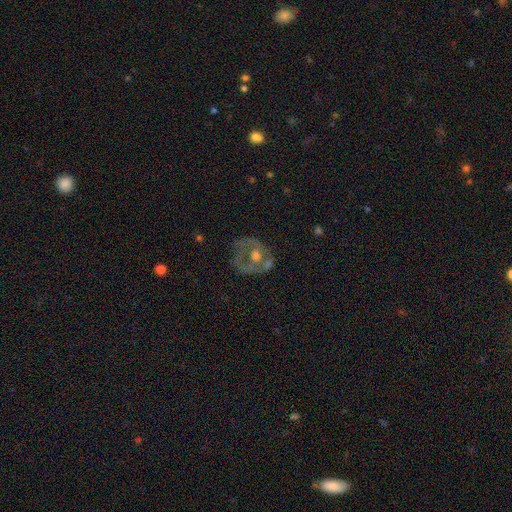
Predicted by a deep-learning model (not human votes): This is likely a featured or disk galaxy (67%). It is clearly not viewed edge-on (96%). Bar: likely no (72%). Spiral arm pattern: likely no (64%). Central bulge: likely moderate (69%). Merging: likely none (62%).